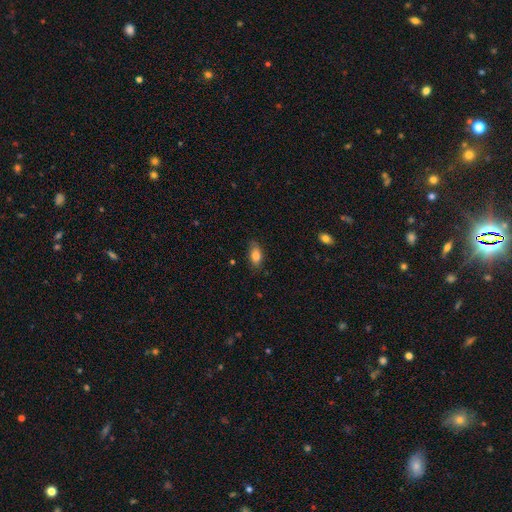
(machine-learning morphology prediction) type=smooth (82%); roundness=in between (87%); merging=none (77%).